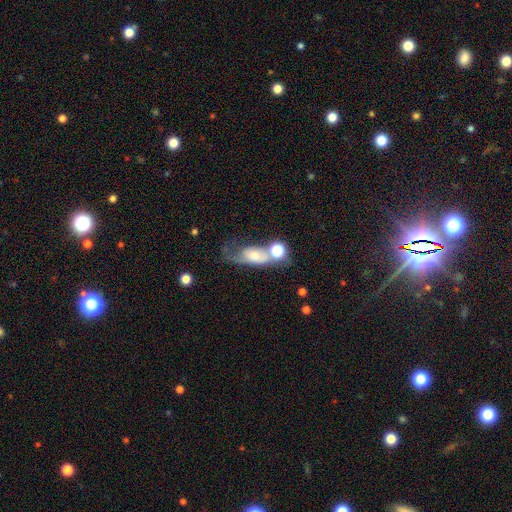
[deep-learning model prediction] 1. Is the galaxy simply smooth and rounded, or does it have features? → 50% smooth, 39% featured or disk, 11% star or artifact.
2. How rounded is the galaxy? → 73% in between, 14% round, 13% cigar-shaped.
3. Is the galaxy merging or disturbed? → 34% merger, 25% major disturbance, 24% none, 17% minor disturbance.